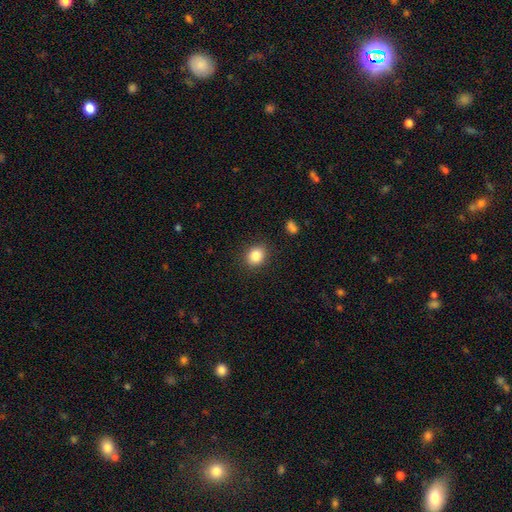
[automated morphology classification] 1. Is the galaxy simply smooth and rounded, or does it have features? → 85% smooth, 10% star or artifact, 5% featured or disk.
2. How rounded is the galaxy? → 70% round, 29% in between, 1% cigar-shaped.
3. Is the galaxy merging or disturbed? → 88% none, 8% minor disturbance, 3% major disturbance, 1% merger.